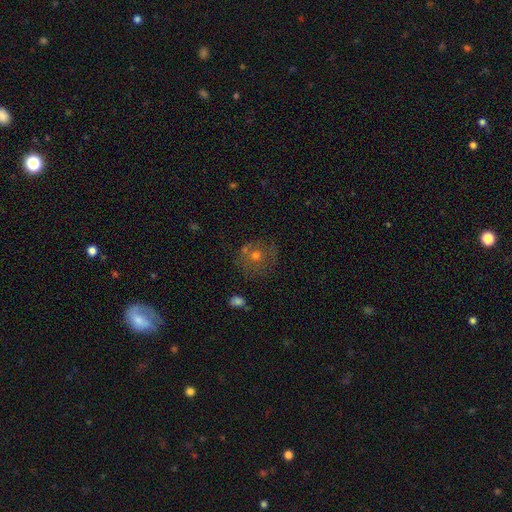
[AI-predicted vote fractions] Morphology: type=smooth (55%); roundness=round (86%); merging=none (64%).